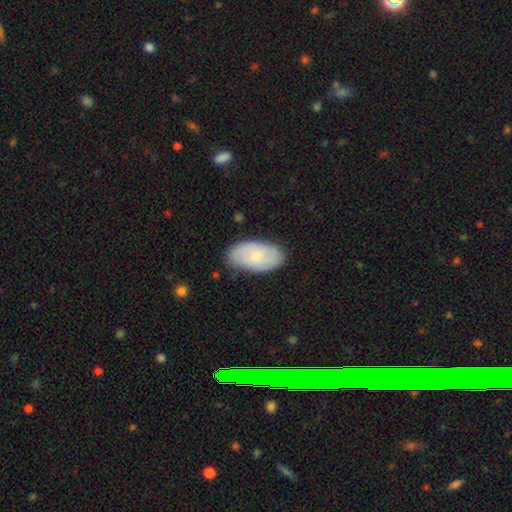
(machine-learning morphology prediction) Smooth or featured? Predicted: smooth (p=0.50). Merging? Predicted: none (p=0.76).